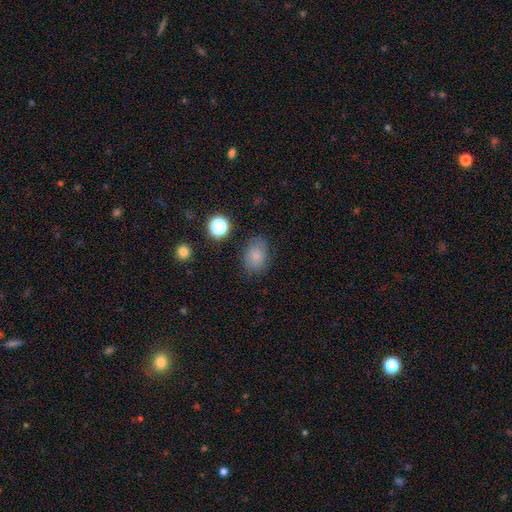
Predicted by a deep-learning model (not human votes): Morphology: type=smooth (79%); roundness=in between (71%); merging=none (78%).